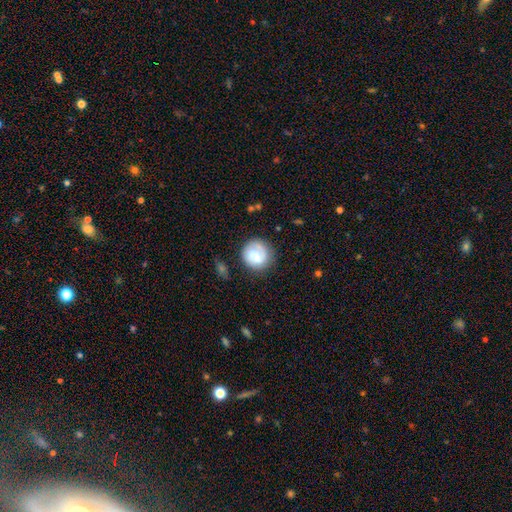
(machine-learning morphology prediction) Smooth or featured? smooth (63%)
How rounded? round (88%)
Merging? none (75%)